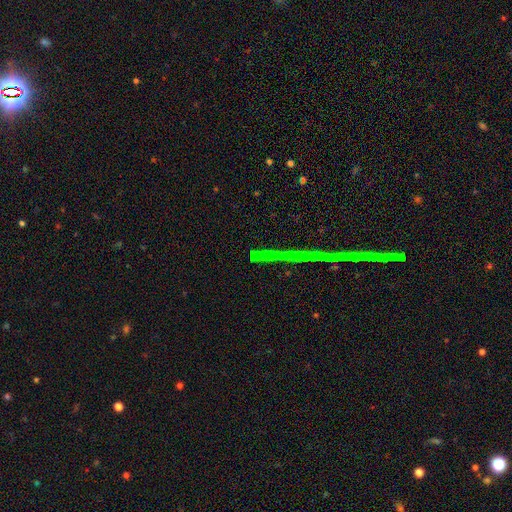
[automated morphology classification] Overall: star or artifact (74%).